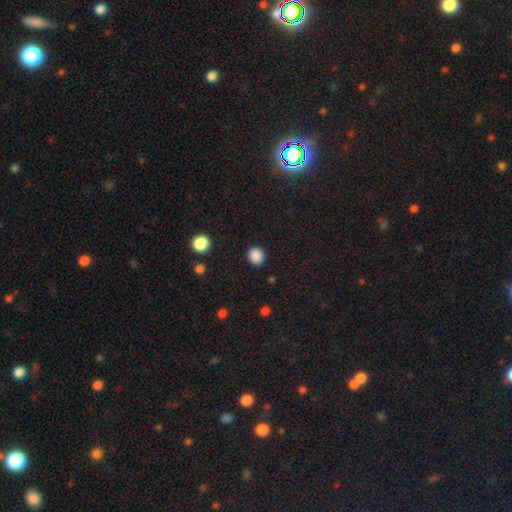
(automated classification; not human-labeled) A smooth galaxy with no disk features (87%) that is round (75%). Merging: none (88%).